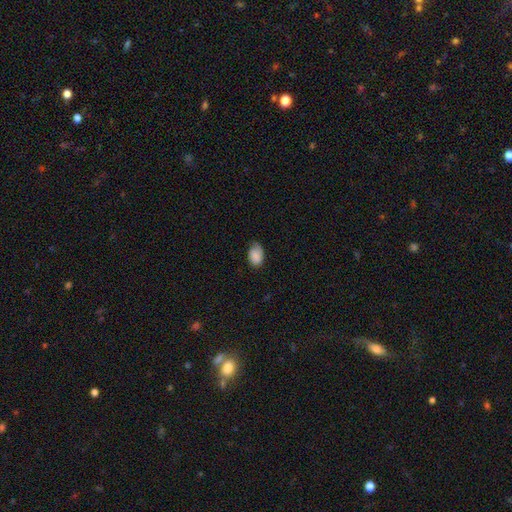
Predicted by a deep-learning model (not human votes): smooth-or-featured: smooth: 85% | featured or disk: 8% | star or artifact: 7%
  how-rounded: in between: 88% | round: 11% | cigar-shaped: 1%
  merging: none: 62% | minor disturbance: 30% | major disturbance: 6% | merger: 1%